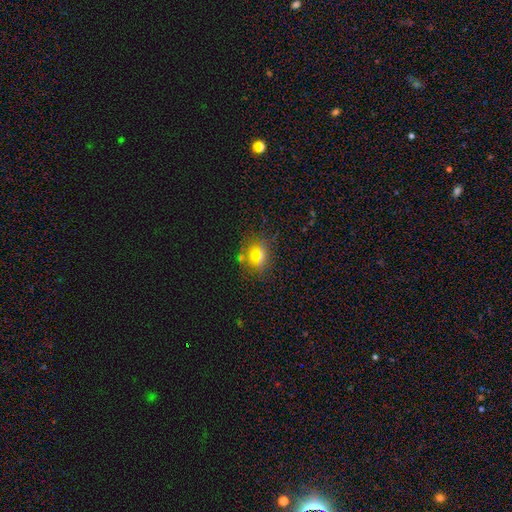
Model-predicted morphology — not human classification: Smooth or featured? smooth (56%)
How rounded? round (80%)
Merging? none (79%)